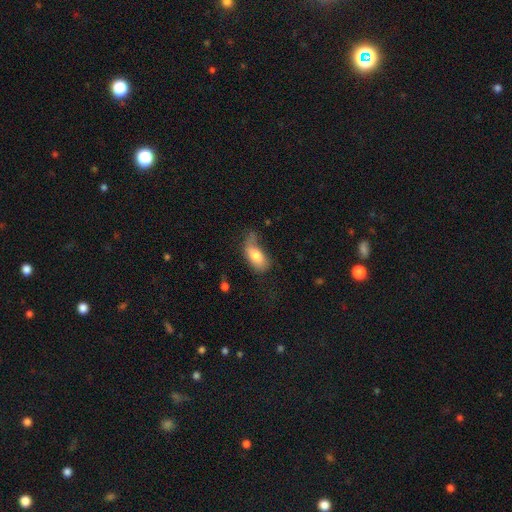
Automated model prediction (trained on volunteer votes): smooth-or-featured: smooth: 74% | featured or disk: 19% | star or artifact: 7%
  how-rounded: in between: 90% | cigar-shaped: 6% | round: 4%
  merging: minor disturbance: 35% | none: 32% | major disturbance: 28% | merger: 5%